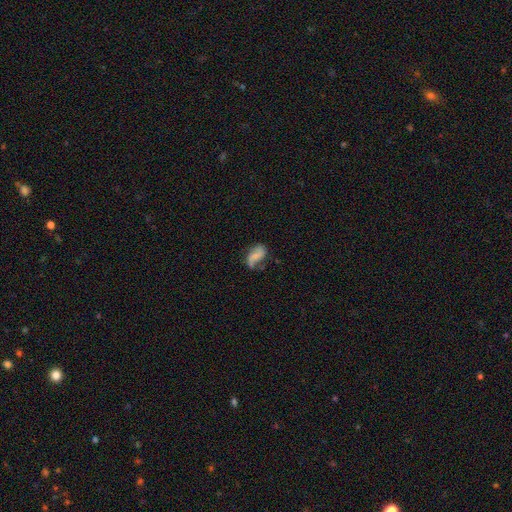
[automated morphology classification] This appears to be a featured or disk galaxy (52%) with no bar (51%), spiral arms (85%) and no central bulge (63%). Merging: none (49%).